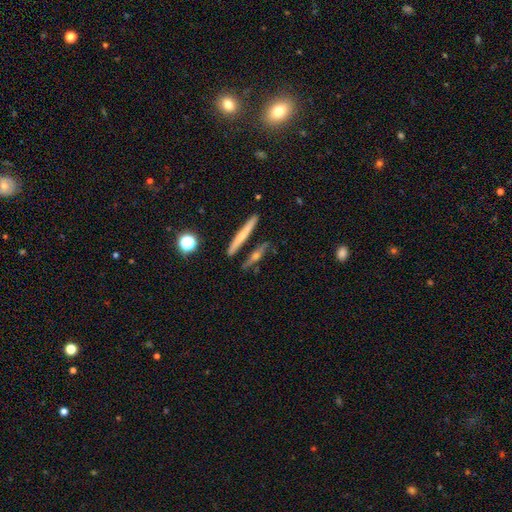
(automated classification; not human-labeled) Smooth or featured: featured or disk — 51% (smooth — 40%)
Edge-on disk: yes — 91% (no — 9%)
Merging: none — 80% (minor disturbance — 10%)